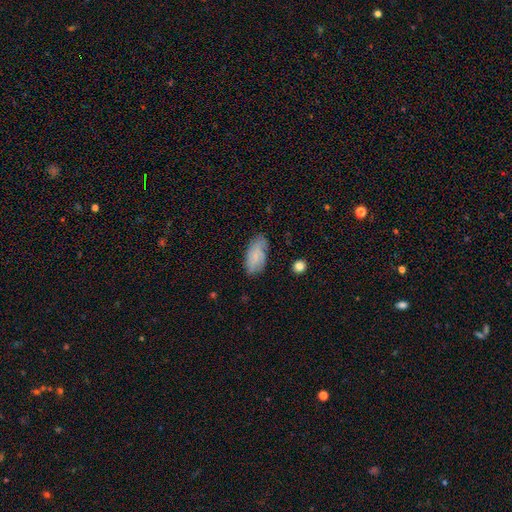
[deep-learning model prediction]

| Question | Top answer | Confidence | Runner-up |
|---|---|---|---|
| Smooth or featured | smooth | 58% | featured or disk (34%) |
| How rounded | in between | 92% | cigar-shaped (4%) |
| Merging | none | 70% | minor disturbance (23%) |